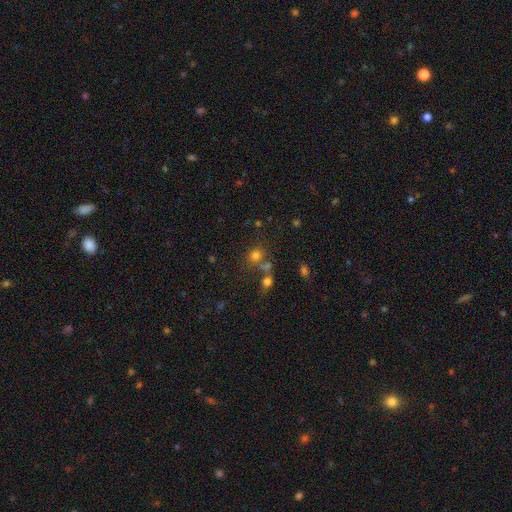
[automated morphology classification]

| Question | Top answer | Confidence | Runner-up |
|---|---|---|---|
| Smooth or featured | smooth | 73% | star or artifact (19%) |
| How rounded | round | 78% | in between (21%) |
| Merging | none | 60% | merger (23%) |